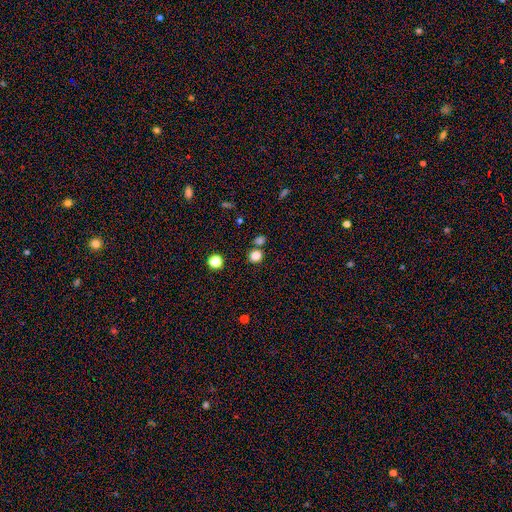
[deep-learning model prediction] A smooth galaxy with no disk features (81%) that is round (82%).

Vote fractions:
- Smooth or featured? smooth: 81% / star or artifact: 15% / featured or disk: 4%
- How rounded? round: 82% / in between: 17% / cigar-shaped: 1%
- Merging? none: 73% / merger: 15% / minor disturbance: 8% / major disturbance: 3%